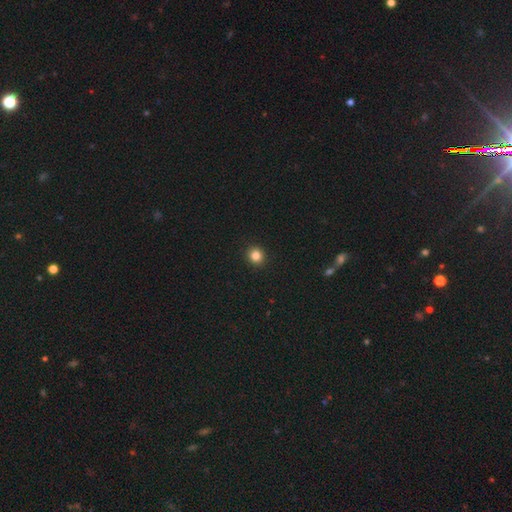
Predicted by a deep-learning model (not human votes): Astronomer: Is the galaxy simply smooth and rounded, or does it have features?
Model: smooth — 83%.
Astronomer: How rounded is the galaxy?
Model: round — 90%.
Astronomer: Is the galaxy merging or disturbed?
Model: none — 93%.